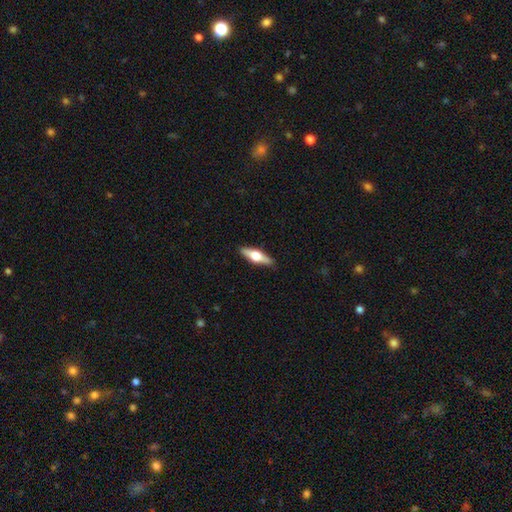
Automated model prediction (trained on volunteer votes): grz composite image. It shows a featured or disk galaxy (59%) viewed edge-on (95%) with a rounded central bulge (95%). Merging: none (90%).